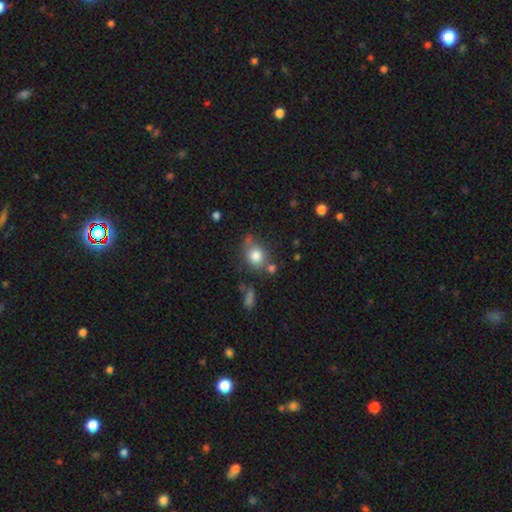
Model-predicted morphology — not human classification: smooth-or-featured: smooth: 80% | star or artifact: 10% | featured or disk: 10%
  how-rounded: round: 68% | in between: 31% | cigar-shaped: 1%
  merging: none: 58% | minor disturbance: 19% | merger: 15% | major disturbance: 8%